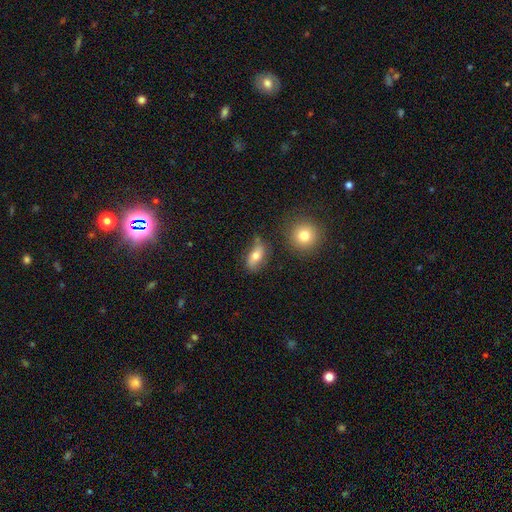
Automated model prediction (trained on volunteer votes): Q: Smooth or featured?
A: smooth (65%); runner-up: featured or disk (24%)
Q: How rounded?
A: in between (80%); runner-up: round (11%)
Q: Merging?
A: none (67%); runner-up: minor disturbance (19%)